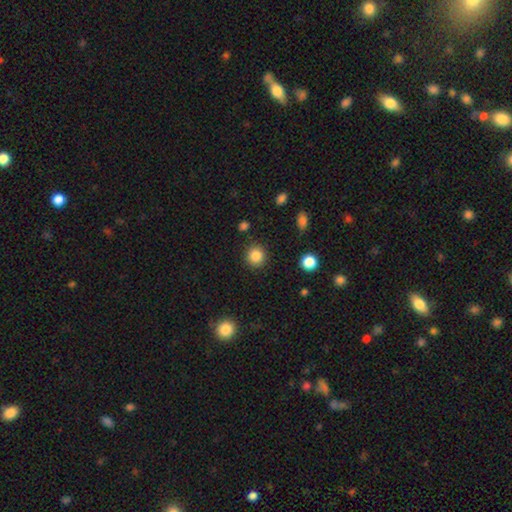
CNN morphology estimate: A smooth galaxy with no disk features (85%) that is round (92%).

Vote fractions:
- Smooth or featured? smooth: 85% / star or artifact: 10% / featured or disk: 4%
- How rounded? round: 92% / in between: 7% / cigar-shaped: 1%
- Merging? none: 90% / minor disturbance: 6% / major disturbance: 2% / merger: 2%